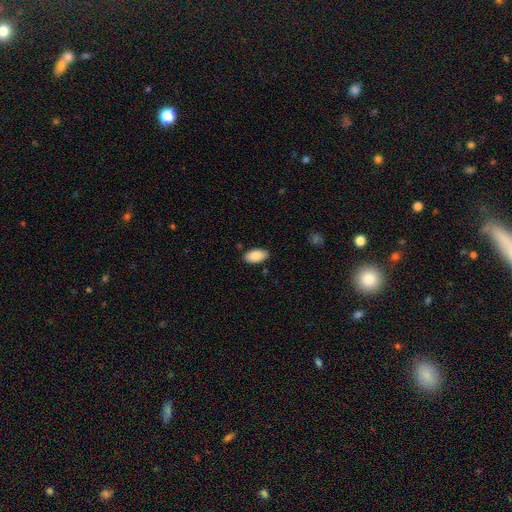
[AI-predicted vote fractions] smooth_or_featured: smooth (p=0.86) [alt: featured or disk p=0.08]
how_rounded: in between (p=0.95) [alt: round p=0.03]
merging: none (p=0.86) [alt: minor disturbance p=0.10]